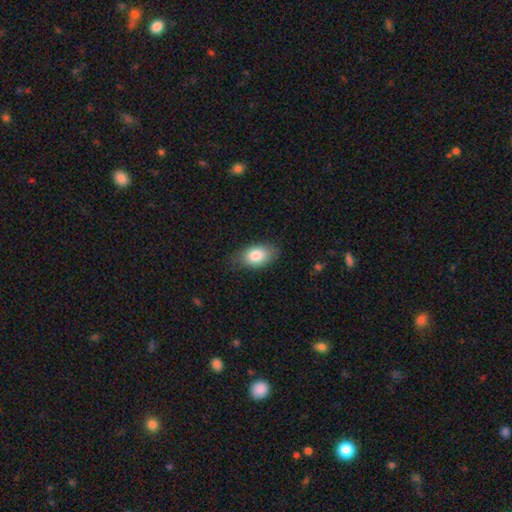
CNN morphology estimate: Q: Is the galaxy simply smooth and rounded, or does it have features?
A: smooth — 81%.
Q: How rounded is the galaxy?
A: in between — 87%.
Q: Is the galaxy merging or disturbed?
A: none — 76%.